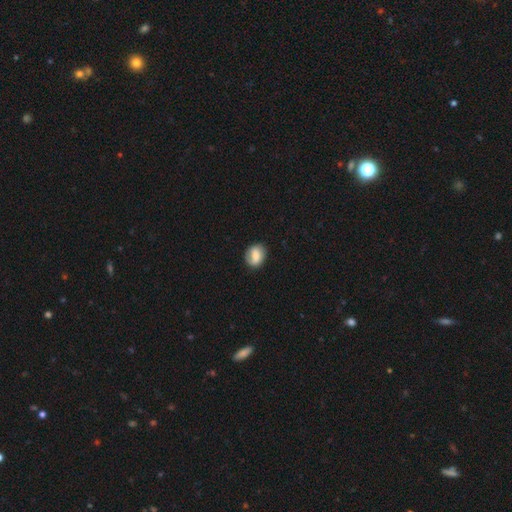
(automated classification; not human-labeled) Smooth or featured: smooth — 64% (featured or disk — 28%)
How rounded: in between — 50% (round — 48%)
Merging: none — 77% (minor disturbance — 17%)